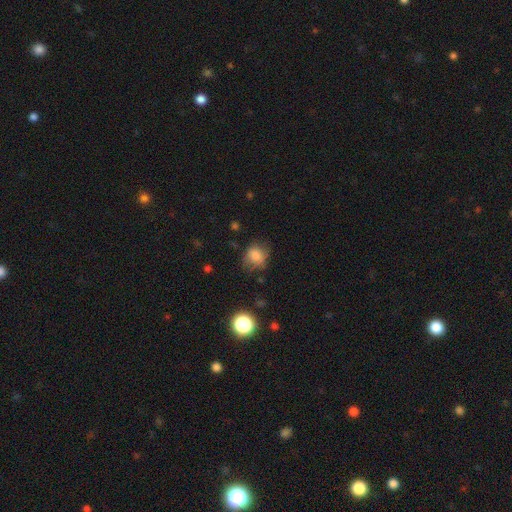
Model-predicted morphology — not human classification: Smooth or featured? smooth (78%)
How rounded? round (65%)
Merging? none (58%)